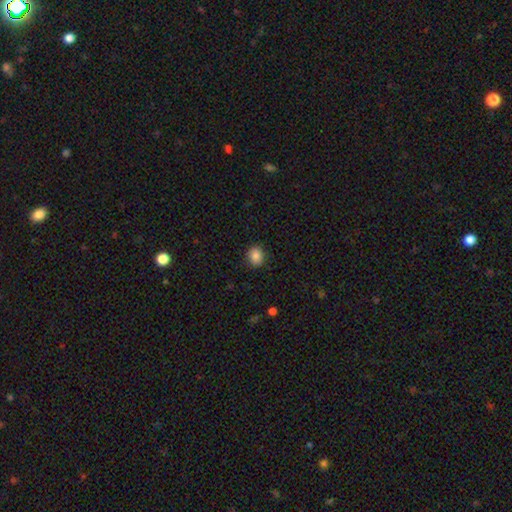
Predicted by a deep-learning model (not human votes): The model was most divided on "how rounded": round: 70%, in between: 29%, cigar-shaped: 1%. More confident: merging — none (89%); smooth or featured — smooth (85%).